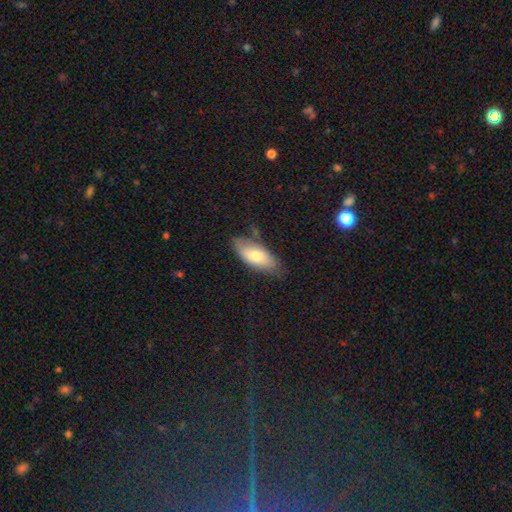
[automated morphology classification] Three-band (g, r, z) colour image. It shows a smooth galaxy with no disk features (71%) that is in between round and cigar-shaped (87%). Merging: none (67%).